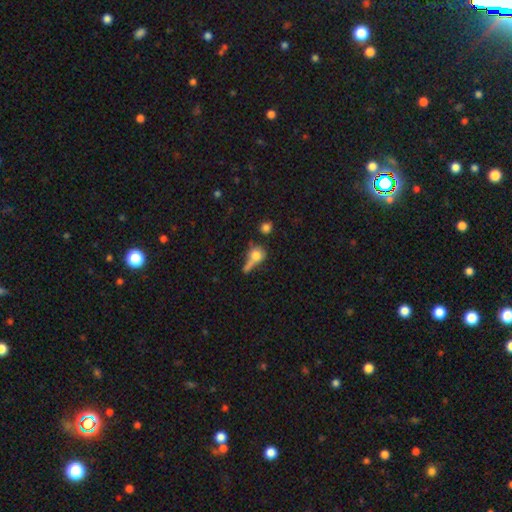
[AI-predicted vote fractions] This is likely a smooth galaxy (68%). How rounded: possibly round (58%). Merging: marginally merger (38%).